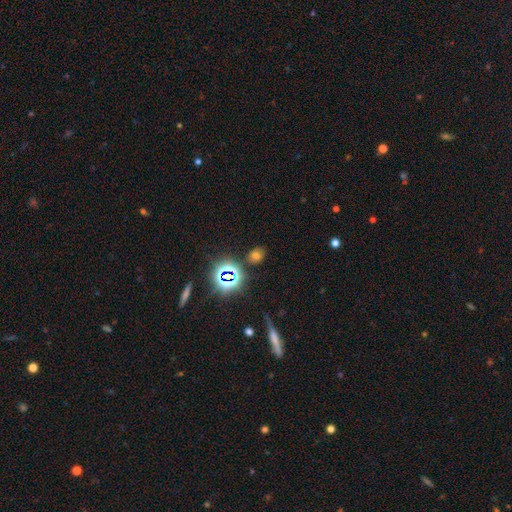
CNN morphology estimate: smooth-or-featured: smooth: 54% | star or artifact: 37% | featured or disk: 9%
  how-rounded: round: 59% | in between: 38% | cigar-shaped: 2%
  merging: none: 81% | minor disturbance: 11% | merger: 5% | major disturbance: 4%